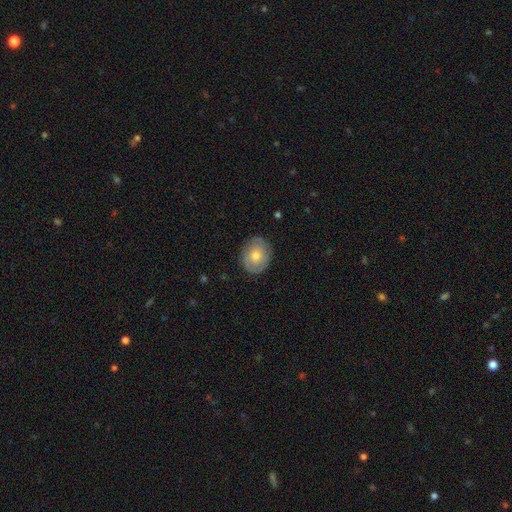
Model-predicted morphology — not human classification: A smooth galaxy with no disk features (49%). Merging: none (83%).